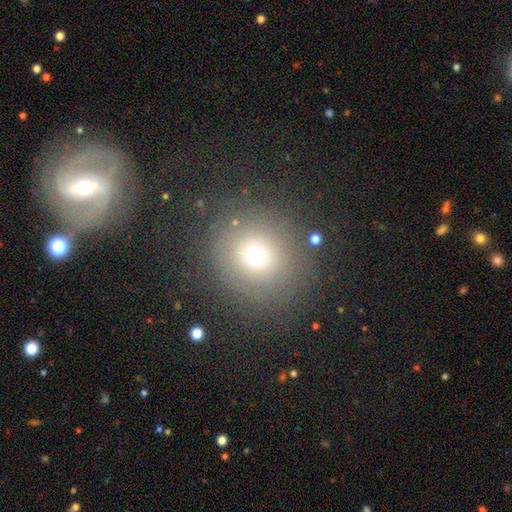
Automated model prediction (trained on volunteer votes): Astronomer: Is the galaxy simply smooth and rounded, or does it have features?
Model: smooth — 66%.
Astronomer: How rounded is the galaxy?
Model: round — 91%.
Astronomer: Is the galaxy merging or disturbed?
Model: none — 79%.